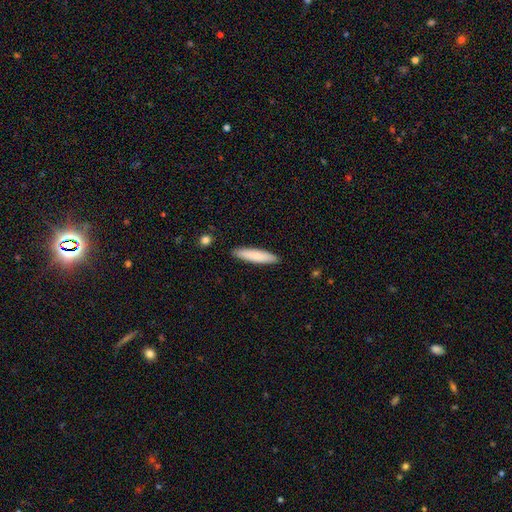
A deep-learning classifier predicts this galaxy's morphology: type=smooth (82%); roundness=cigar-shaped (82%); merging=none (90%).